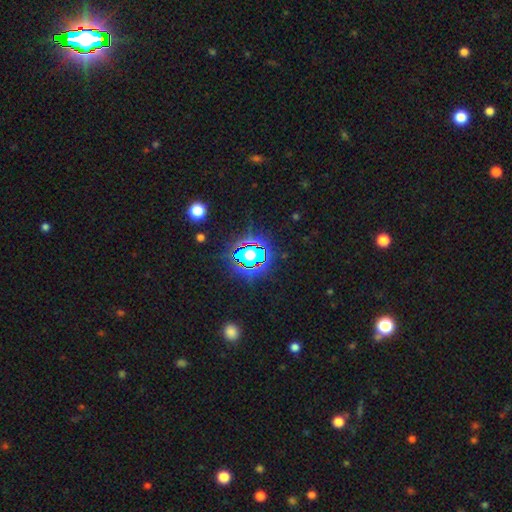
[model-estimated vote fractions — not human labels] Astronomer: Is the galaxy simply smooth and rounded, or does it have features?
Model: star or artifact — 80%.